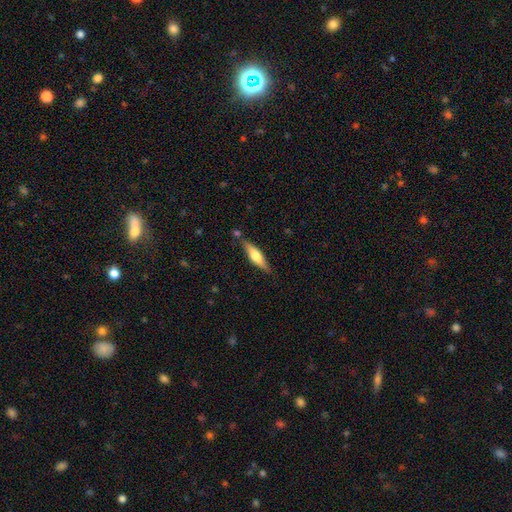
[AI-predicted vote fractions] Smooth or featured: smooth — 49% (featured or disk — 45%)
Merging: none — 79% (minor disturbance — 14%)